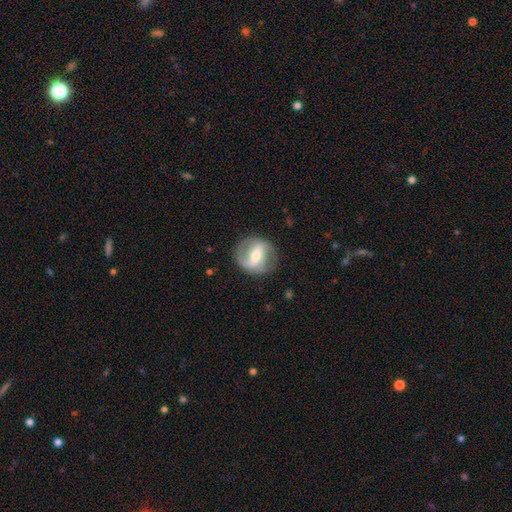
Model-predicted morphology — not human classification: type=featured or disk (78%); edge-on=no (96%); bar=strong (48%); spiral arms=yes (86%); winding=medium (43%); arm count=2 (86%); bulge=moderate (57%); merging=none (81%).